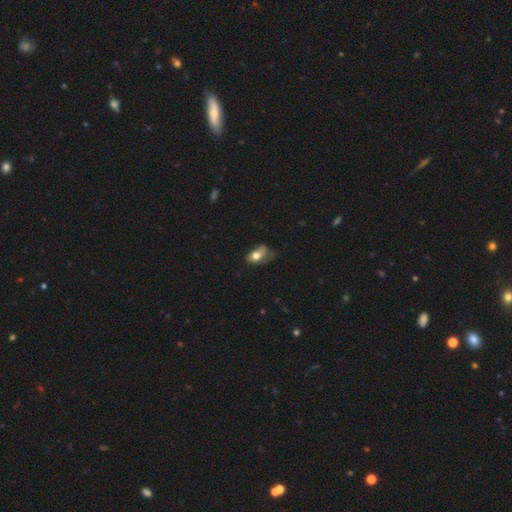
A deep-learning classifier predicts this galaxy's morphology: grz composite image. It shows a smooth galaxy with no disk features (68%) that is in between round and cigar-shaped (87%). Merging: major disturbance (37%).